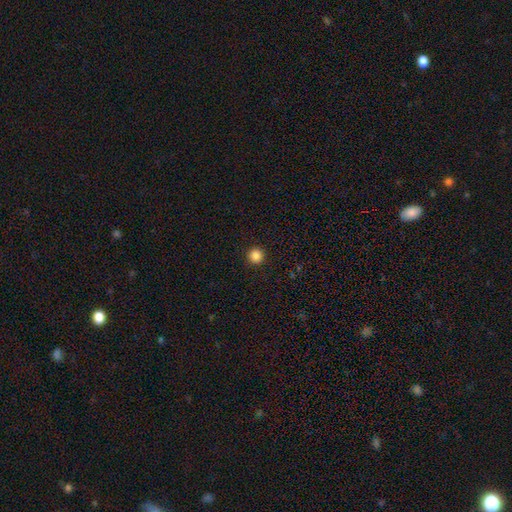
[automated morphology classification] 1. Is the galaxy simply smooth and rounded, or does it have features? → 86% smooth, 11% star or artifact, 3% featured or disk.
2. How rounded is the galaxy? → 96% round, 3% in between, 1% cigar-shaped.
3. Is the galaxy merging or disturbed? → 93% none, 4% minor disturbance, 2% major disturbance, 1% merger.